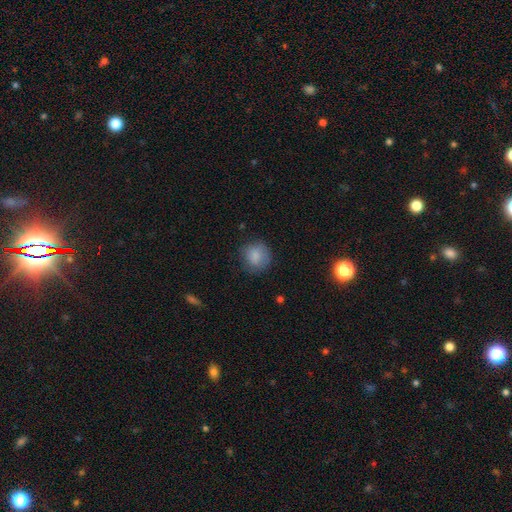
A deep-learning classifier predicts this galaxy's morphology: smooth-or-featured: smooth: 84% | star or artifact: 8% | featured or disk: 7%
  how-rounded: round: 86% | in between: 13% | cigar-shaped: 1%
  merging: none: 74% | minor disturbance: 18% | major disturbance: 6% | merger: 1%